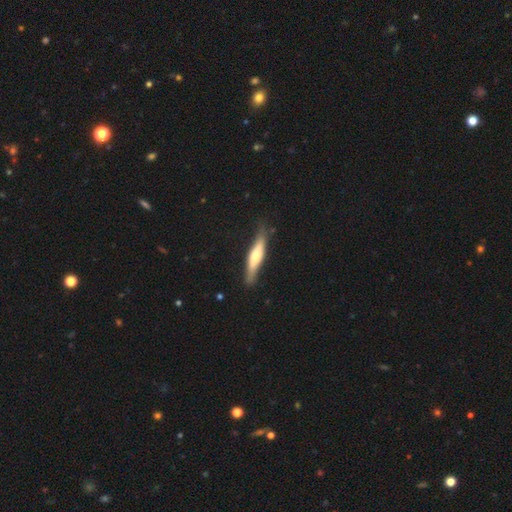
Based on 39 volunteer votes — A featured or disk galaxy (59%) viewed edge-on (100%) with a rounded central bulge (78%).

Vote fractions:
- Smooth or featured? featured or disk: 59% / smooth: 36% / star or artifact: 5%
- Edge-on disk? yes: 100% / no: 0%
- Edge-on bulge? rounded: 78% / boxy: 13% / none: 9%
- Merging? none: 73% / minor disturbance: 22% / major disturbance: 3% / merger: 3%